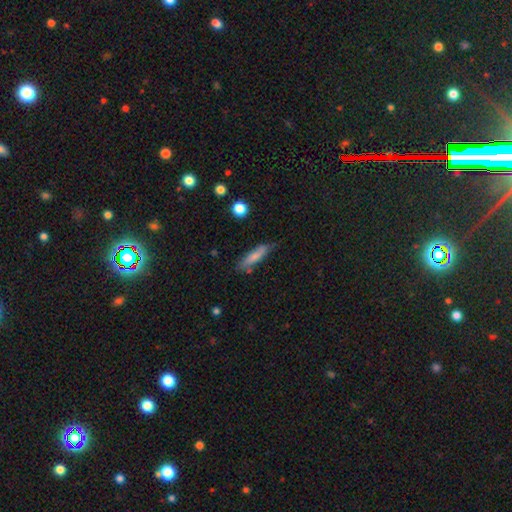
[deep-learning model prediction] Q: Smooth or featured?
A: smooth (72%); runner-up: featured or disk (21%)
Q: How rounded?
A: cigar-shaped (78%); runner-up: in between (20%)
Q: Merging?
A: none (75%); runner-up: minor disturbance (19%)